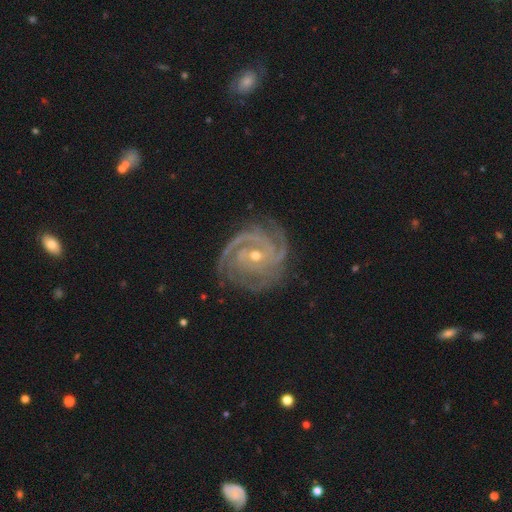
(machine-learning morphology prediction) A featured or disk galaxy (92%) with no bar (54%), 3 (38%) tight (74%) spiral arms (99%) and a small central bulge (58%). Merging: none (78%).